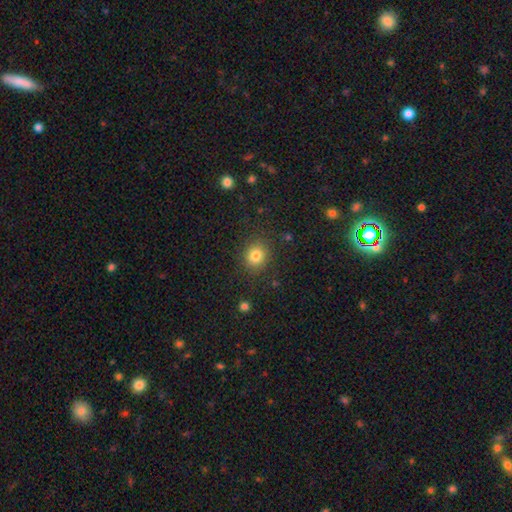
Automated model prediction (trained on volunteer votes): A smooth galaxy with no disk features (81%) that is round (78%). Merging: none (87%).